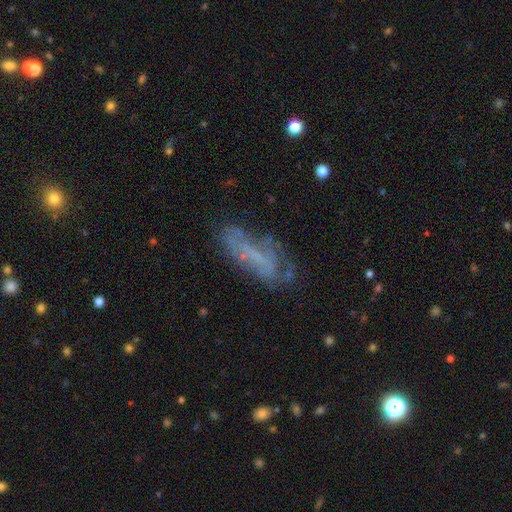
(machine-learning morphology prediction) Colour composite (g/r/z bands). It shows a featured or disk galaxy (49%). Merging: none (58%).